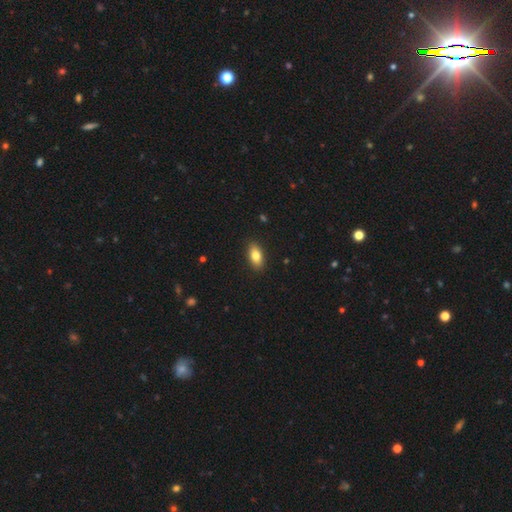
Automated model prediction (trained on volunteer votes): Smooth or featured: smooth — 81% (featured or disk — 12%)
How rounded: in between — 88% (cigar-shaped — 7%)
Merging: none — 89% (minor disturbance — 8%)